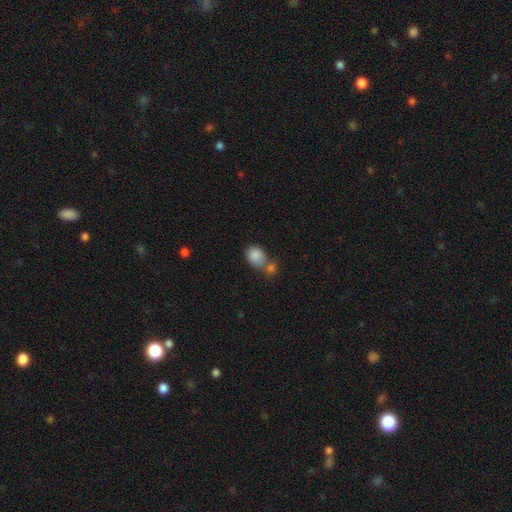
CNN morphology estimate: This is clearly a smooth galaxy (86%). How rounded: possibly in between (56%). Merging: possibly merger (45%).